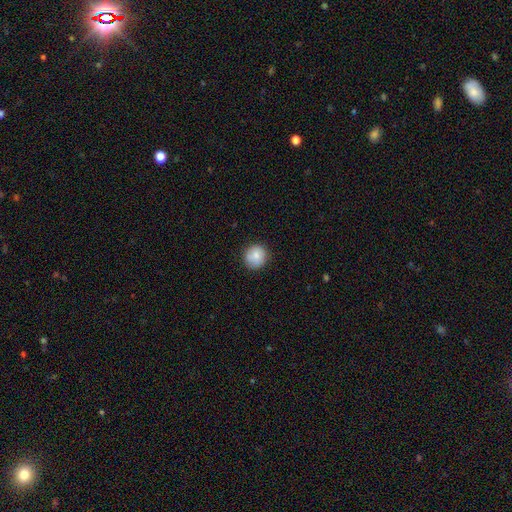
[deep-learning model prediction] Smooth or featured? Predicted: smooth (p=0.83). How rounded? Predicted: round (p=0.91). Merging? Predicted: none (p=0.86).